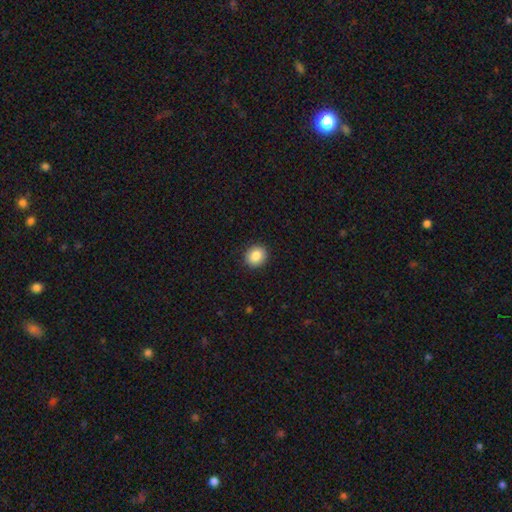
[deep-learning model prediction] smooth-or-featured: smooth: 86% | star or artifact: 9% | featured or disk: 5%
  how-rounded: round: 79% | in between: 20% | cigar-shaped: 1%
  merging: none: 91% | minor disturbance: 6% | major disturbance: 2% | merger: 1%